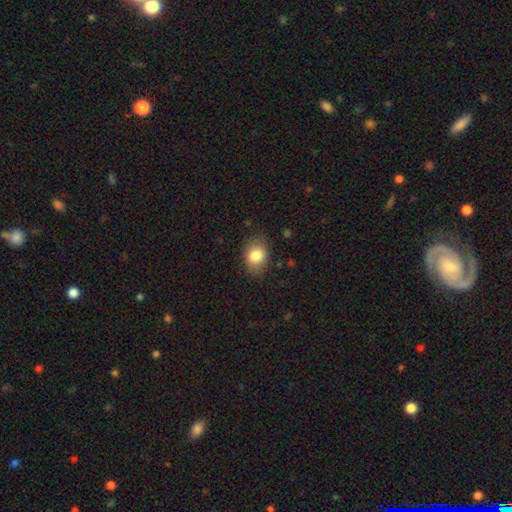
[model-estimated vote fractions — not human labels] Smooth or featured? Predicted: smooth (p=0.83). How rounded? Predicted: in between (p=0.62). Merging? Predicted: none (p=0.79).